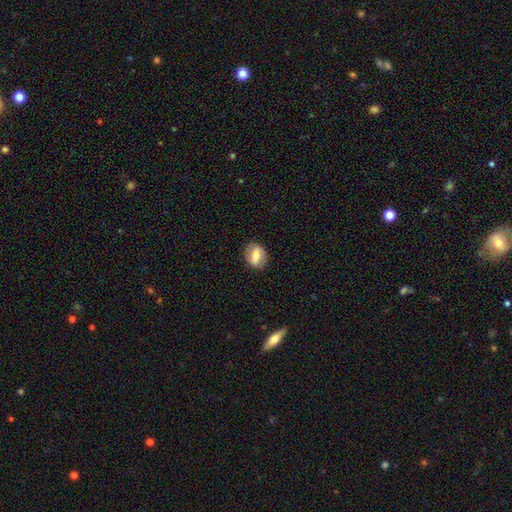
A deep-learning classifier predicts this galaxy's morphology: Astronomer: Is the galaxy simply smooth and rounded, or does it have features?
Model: smooth — 51% (runner-up: featured or disk, 41%).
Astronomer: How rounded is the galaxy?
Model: in between — 57% (runner-up: round, 41%).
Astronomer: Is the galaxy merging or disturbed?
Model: none — 84%.